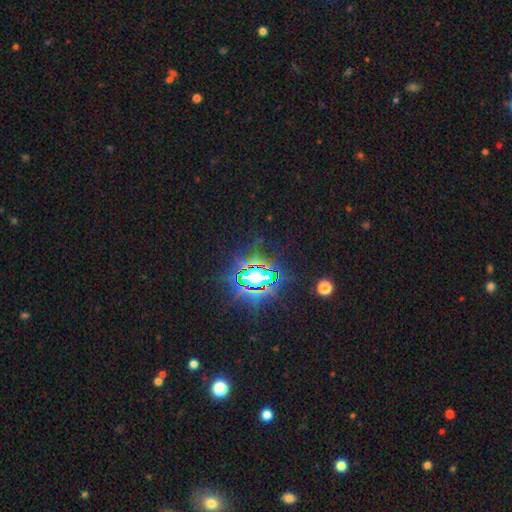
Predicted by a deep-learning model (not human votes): Overall: star or artifact (84%).